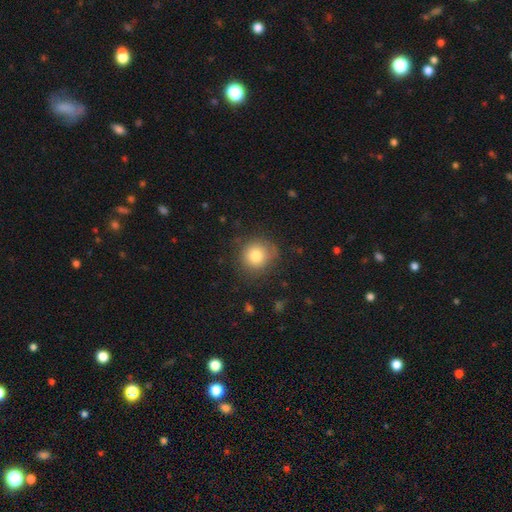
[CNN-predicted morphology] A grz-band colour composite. It shows a smooth galaxy with no disk features (80%) that is round (88%). Merging: none (80%).